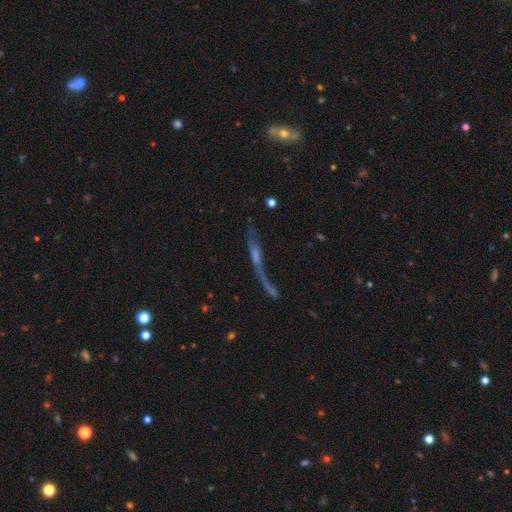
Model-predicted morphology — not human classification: This is possibly a featured or disk galaxy (59%). It is likely viewed edge-on (65%). Merging: marginally none (41%).